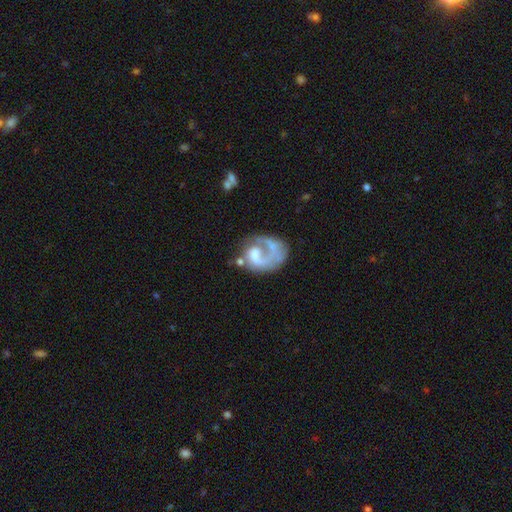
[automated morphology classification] Smooth or featured? Predicted: featured or disk (p=0.67). Edge-on disk? Predicted: no (p=0.98). Bar? Predicted: no (p=0.74). Spiral arms? Predicted: yes (p=0.60). Bulge size? Predicted: none (p=0.35). Merging? Predicted: none (p=0.40).